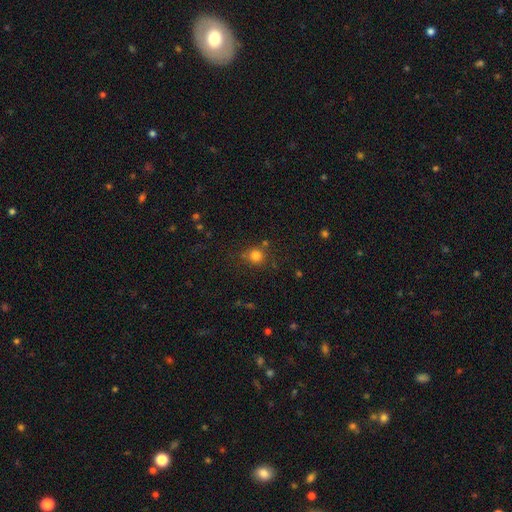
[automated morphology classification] A smooth galaxy with no disk features (80%) that is round (89%). Merging: none (74%).